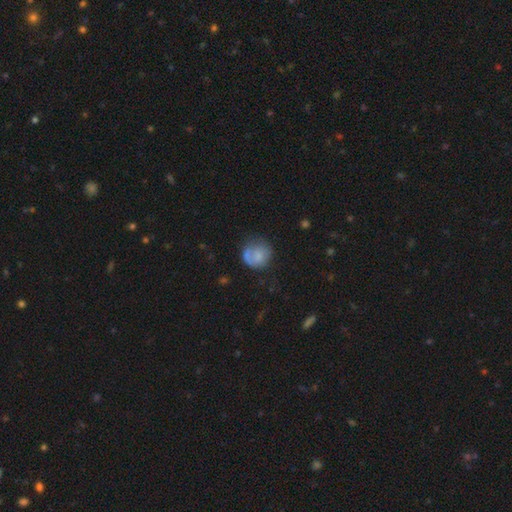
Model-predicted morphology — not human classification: Overall: smooth (68%). How rounded: round (84%). Merging: none (52%; minor disturbance 24%).